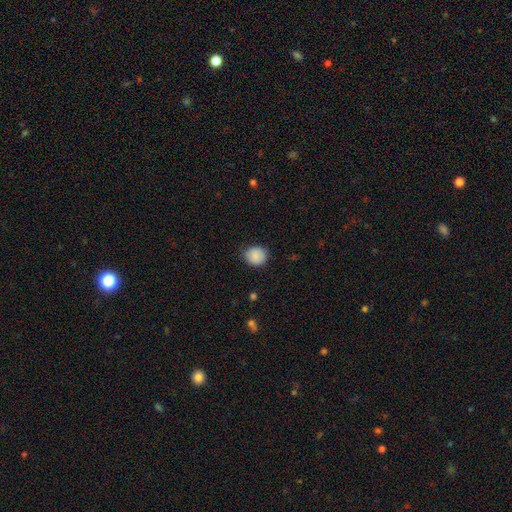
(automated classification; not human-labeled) smooth-or-featured: smooth: 86% | star or artifact: 8% | featured or disk: 6%
  how-rounded: round: 77% | in between: 22% | cigar-shaped: 1%
  merging: none: 80% | minor disturbance: 16% | major disturbance: 3% | merger: 1%